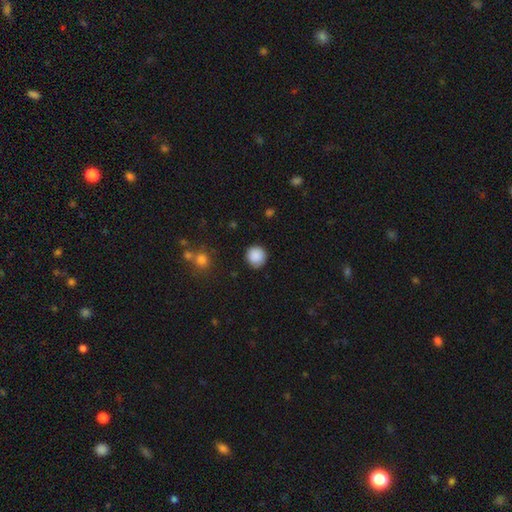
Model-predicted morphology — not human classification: smooth-or-featured: smooth: 89% | star or artifact: 8% | featured or disk: 3%
  how-rounded: round: 94% | in between: 5% | cigar-shaped: 1%
  merging: none: 89% | minor disturbance: 8% | major disturbance: 2% | merger: 1%